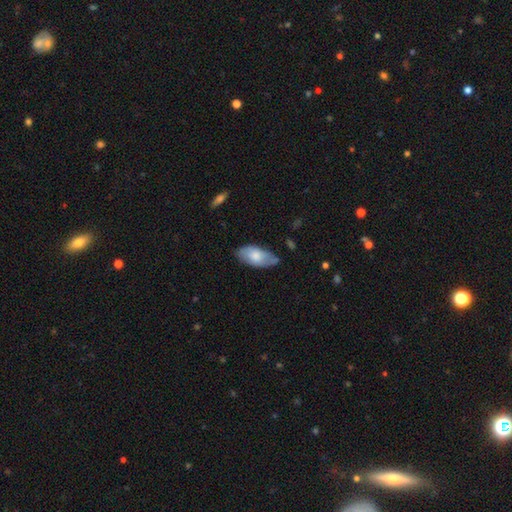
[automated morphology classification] smooth 70%, featured or disk 24%, star or artifact 6%. Down the decision tree: how rounded — in between (92%); merging — none (58%).